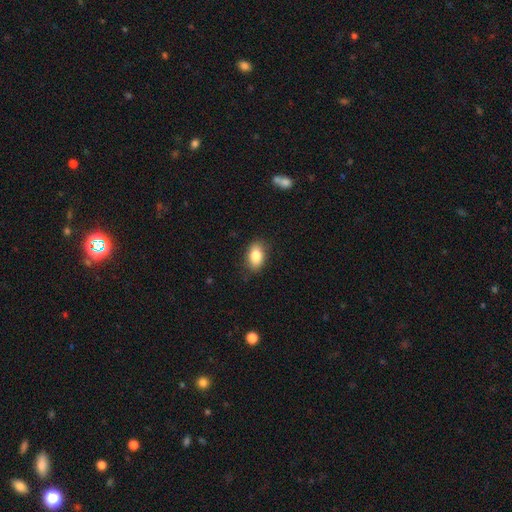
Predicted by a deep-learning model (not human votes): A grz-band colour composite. It shows a smooth galaxy with no disk features (84%) that is in between round and cigar-shaped (87%). Merging: none (85%).